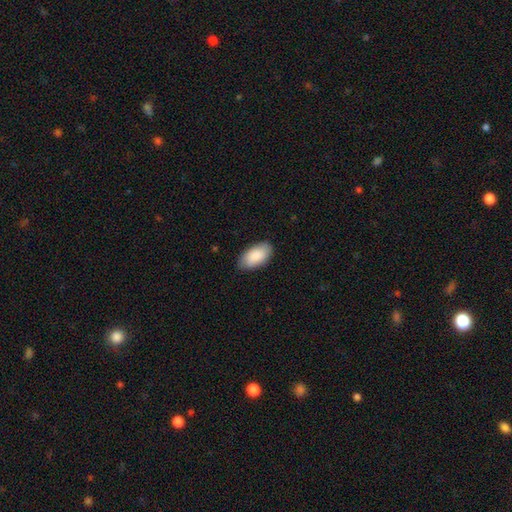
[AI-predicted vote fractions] Smooth or featured? smooth (88%)
How rounded? in between (95%)
Merging? none (82%)